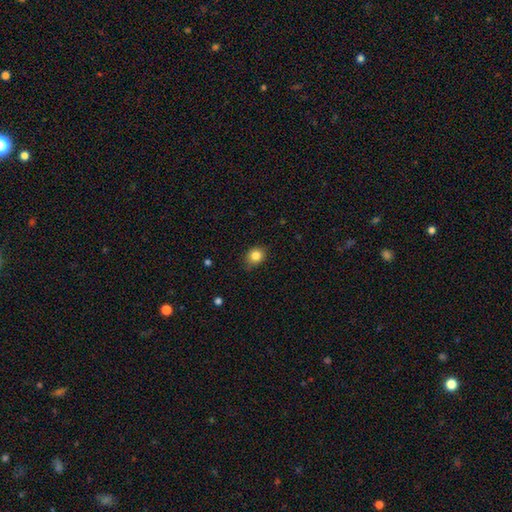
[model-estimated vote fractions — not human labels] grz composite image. It shows a smooth galaxy with no disk features (83%) that is round (67%). Merging: none (80%).